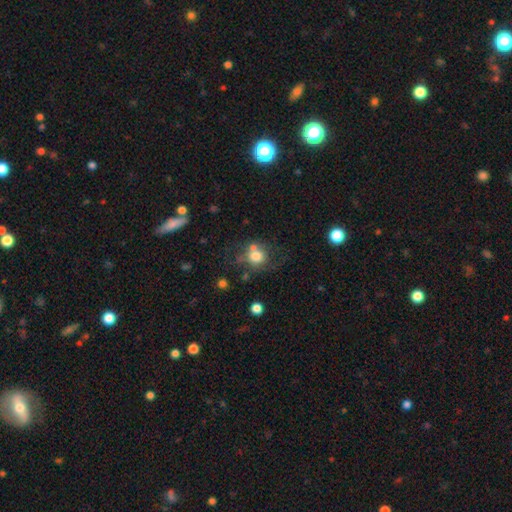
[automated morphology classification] smooth 74%, featured or disk 15%, star or artifact 11%. Down the decision tree: how rounded — round (81%); merging — none (50%).